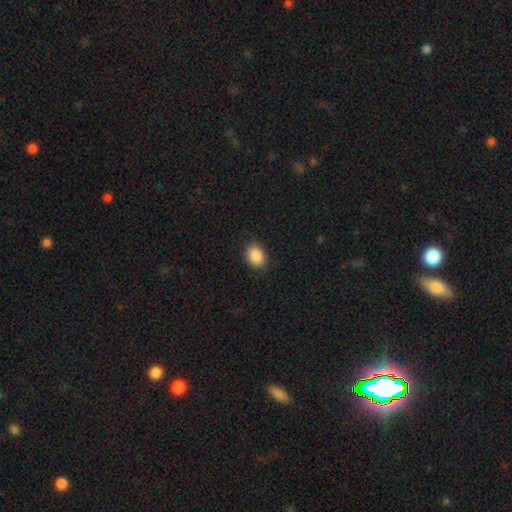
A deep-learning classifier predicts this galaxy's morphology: The model was most divided on "how rounded": in between: 67%, round: 32%, cigar-shaped: 1%. More confident: smooth or featured — smooth (89%); merging — none (87%).